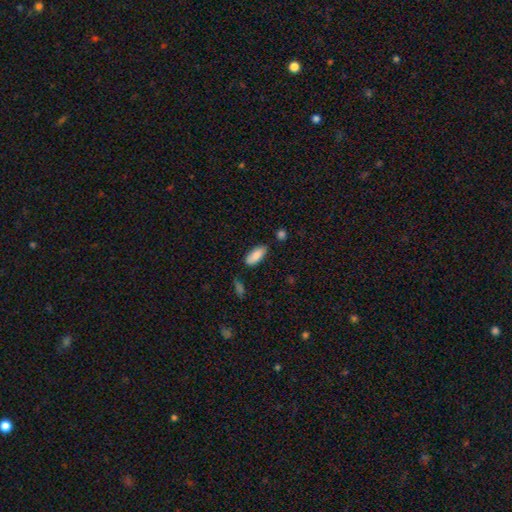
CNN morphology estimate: The model was most divided on "merging": none: 79%, minor disturbance: 15%, merger: 3%, major disturbance: 3%. More confident: smooth or featured — smooth (87%); how rounded — in between (83%).